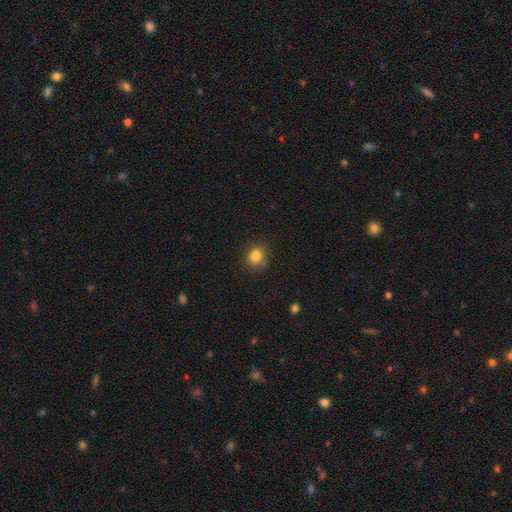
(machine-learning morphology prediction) A smooth galaxy with no disk features (84%) that is round (79%). Merging: none (82%).